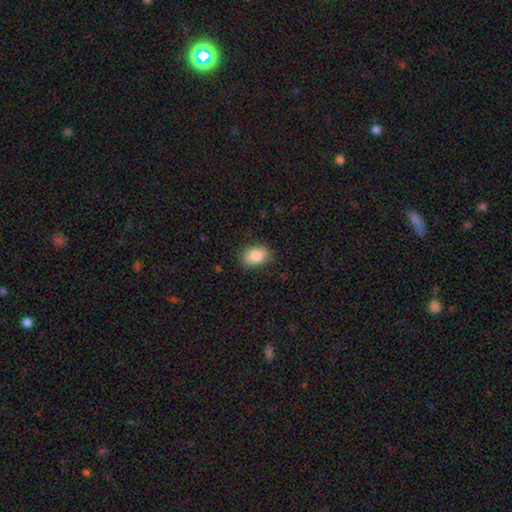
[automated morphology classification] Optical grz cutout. It shows a smooth galaxy with no disk features (86%) that is in between round and cigar-shaped (80%). Merging: none (84%).